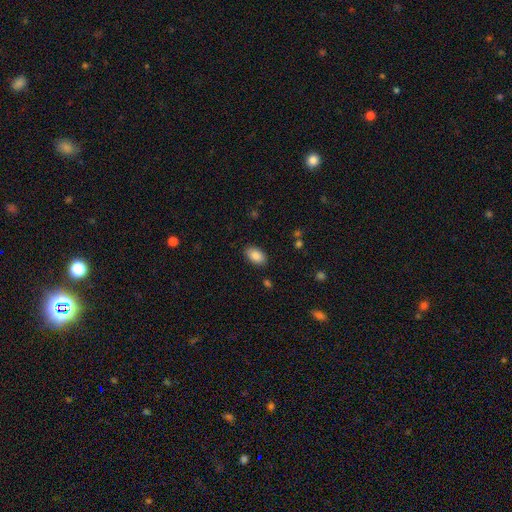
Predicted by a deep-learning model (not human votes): Smooth or featured?
  - smooth: 87% *
  - star or artifact: 7%
  - featured or disk: 6%
How rounded?
  - in between: 92% *
  - round: 6%
  - cigar-shaped: 1%
Merging?
  - none: 87% *
  - minor disturbance: 10%
  - major disturbance: 2%
  - merger: 1%